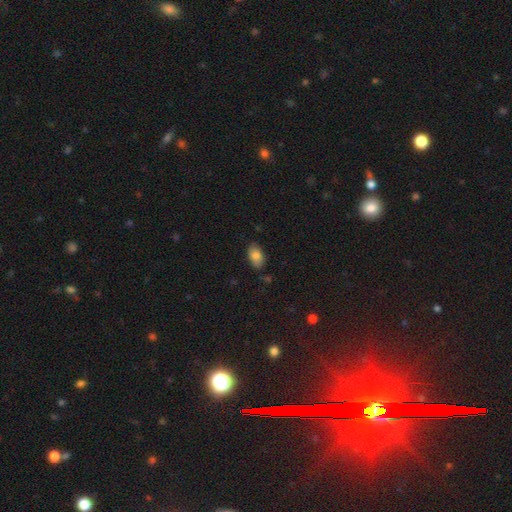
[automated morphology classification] type=smooth (82%); roundness=in between (92%); merging=none (80%).